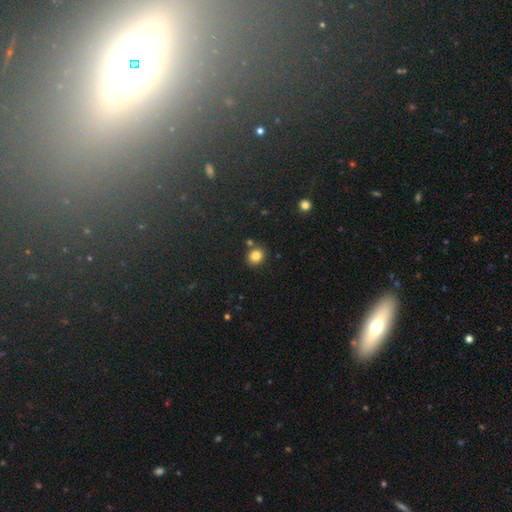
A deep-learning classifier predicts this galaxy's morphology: Smooth or featured: smooth — 82% (star or artifact — 12%)
How rounded: round — 75% (in between — 24%)
Merging: none — 82% (minor disturbance — 8%)